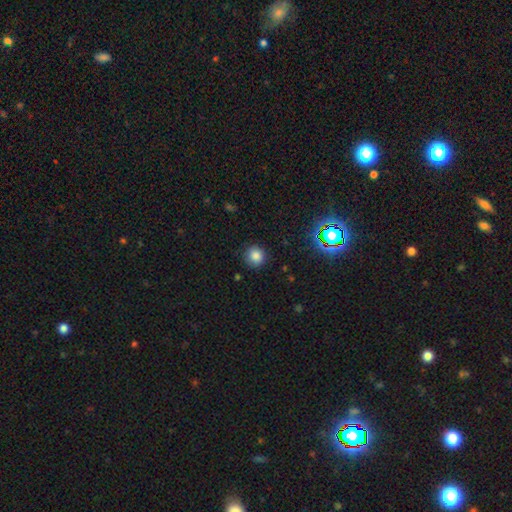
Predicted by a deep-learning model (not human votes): Morphology: type=smooth (81%); roundness=round (93%); merging=none (89%).